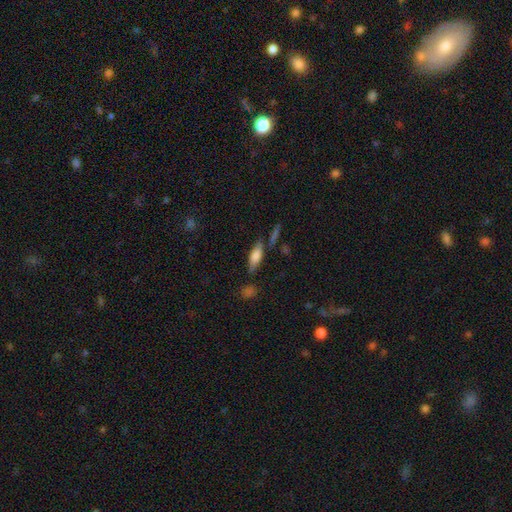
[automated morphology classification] Smooth or featured: smooth — 66% (featured or disk — 26%)
How rounded: in between — 58% (cigar-shaped — 39%)
Merging: none — 70% (minor disturbance — 17%)